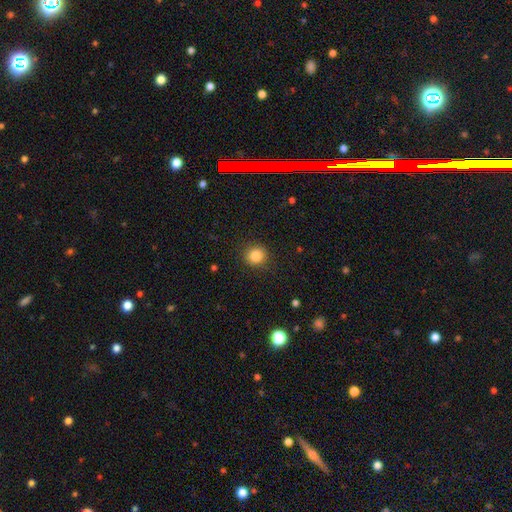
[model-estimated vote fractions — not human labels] Smooth or featured?
  - smooth: 86% *
  - star or artifact: 11%
  - featured or disk: 4%
How rounded?
  - round: 89% *
  - in between: 10%
  - cigar-shaped: 1%
Merging?
  - none: 88% *
  - minor disturbance: 8%
  - major disturbance: 3%
  - merger: 1%